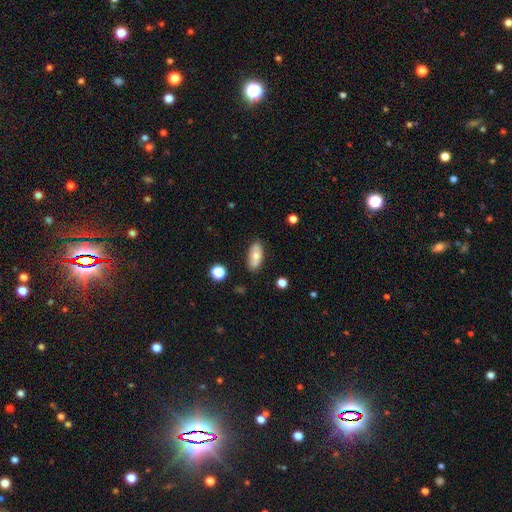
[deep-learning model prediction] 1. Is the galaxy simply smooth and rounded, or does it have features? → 68% smooth, 24% featured or disk, 7% star or artifact.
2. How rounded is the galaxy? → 87% in between, 9% cigar-shaped, 4% round.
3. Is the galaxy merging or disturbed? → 81% none, 14% minor disturbance, 3% major disturbance, 2% merger.